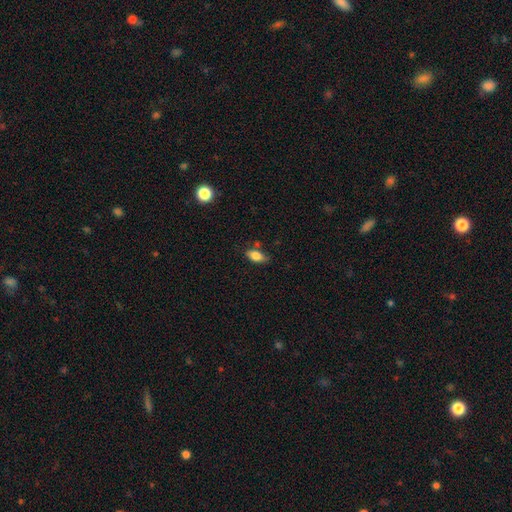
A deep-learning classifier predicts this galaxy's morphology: This appears to be a smooth galaxy with no disk features (79%) that is in between round and cigar-shaped (86%). Merging: none (67%).